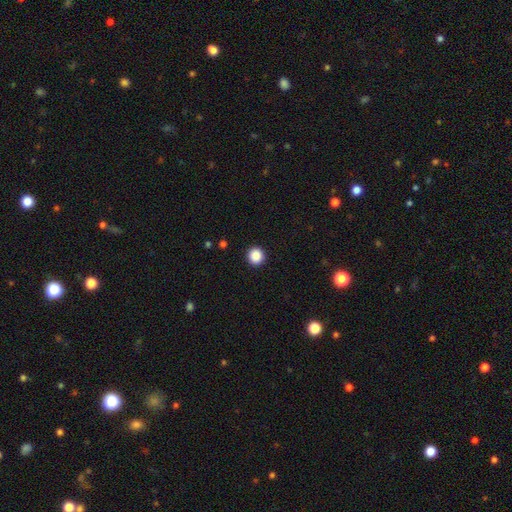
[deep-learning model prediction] This is clearly a smooth galaxy (88%). How rounded: clearly round (93%). Merging: clearly none (92%).